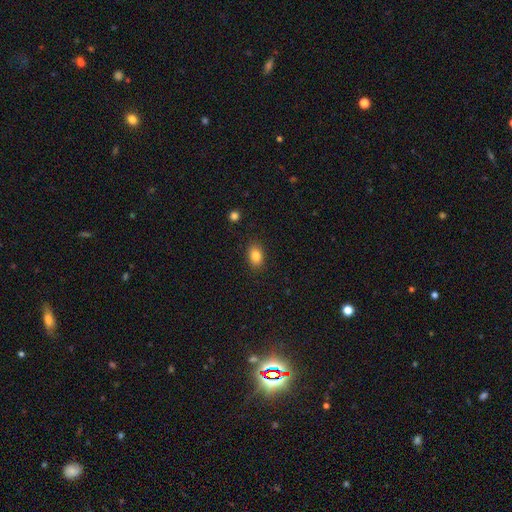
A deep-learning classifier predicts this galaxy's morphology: type=smooth (84%); roundness=in between (79%); merging=none (87%).